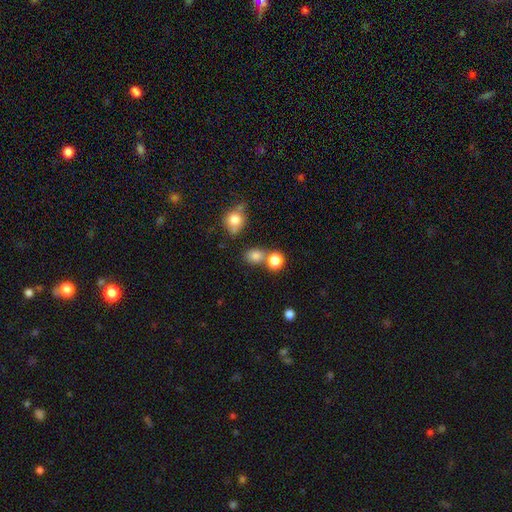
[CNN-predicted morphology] The model was most divided on "how rounded": round: 57%, in between: 42%, cigar-shaped: 1%. More confident: smooth or featured — smooth (79%); merging — none (62%).